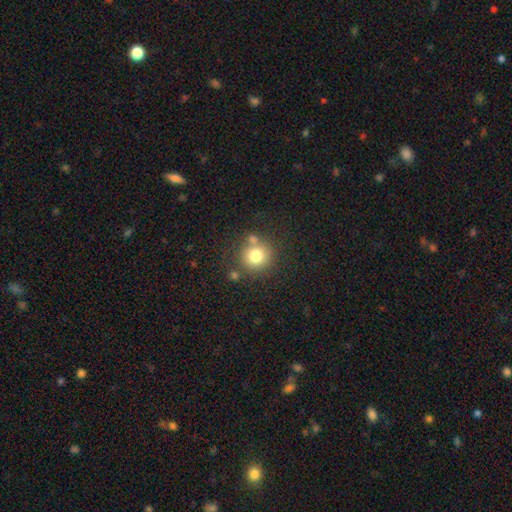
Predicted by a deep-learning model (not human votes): Overall: smooth (77%). How rounded: round (92%). Merging: none (71%).